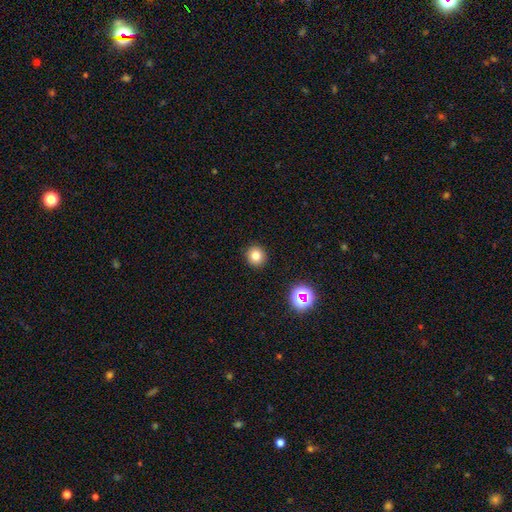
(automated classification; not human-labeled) Smooth or featured? smooth (77%)
How rounded? round (93%)
Merging? none (92%)